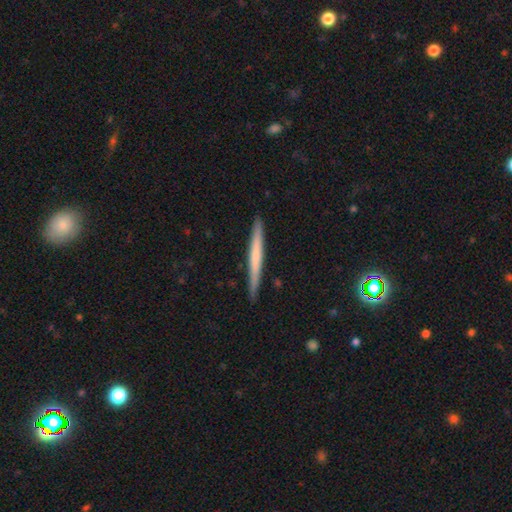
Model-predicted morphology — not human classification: smooth 50%, featured or disk 45%, star or artifact 6%. Down the decision tree: merging — none (91%).